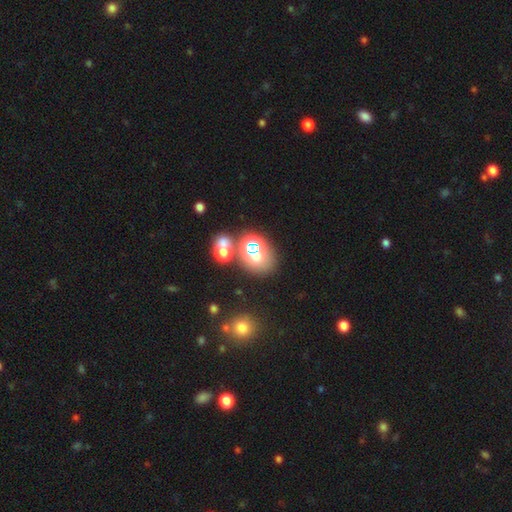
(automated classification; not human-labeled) Morphology: type=smooth (48%); merging=none (55%).